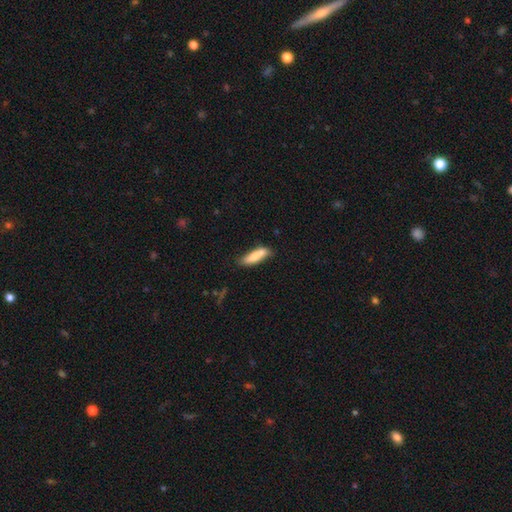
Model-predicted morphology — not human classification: Smooth or featured?
  - smooth: 76% *
  - featured or disk: 17%
  - star or artifact: 6%
How rounded?
  - cigar-shaped: 65% *
  - in between: 34%
  - round: 2%
Merging?
  - none: 64% *
  - minor disturbance: 21%
  - merger: 10%
  - major disturbance: 4%